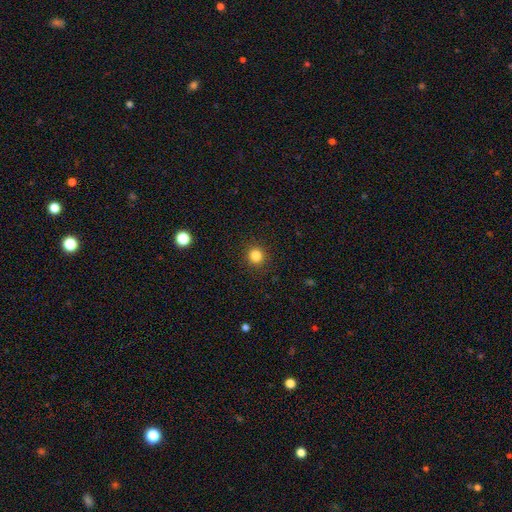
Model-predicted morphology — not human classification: Overall: smooth (83%). How rounded: round (93%). Merging: none (91%).